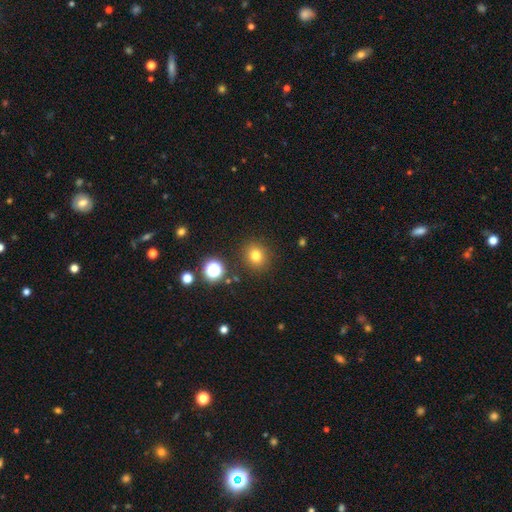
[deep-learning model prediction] Smooth or featured: smooth — 77% (star or artifact — 16%)
How rounded: round — 86% (in between — 13%)
Merging: none — 88% (minor disturbance — 7%)